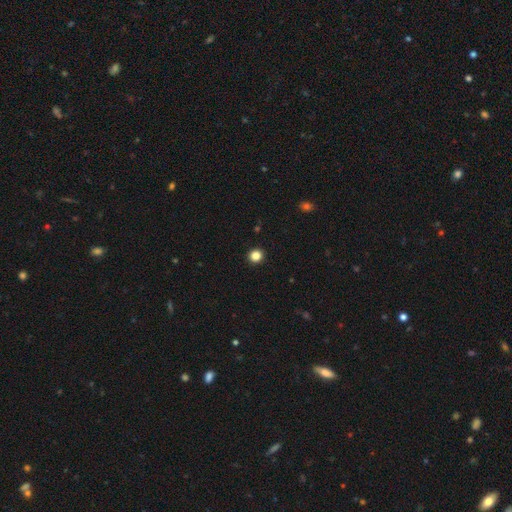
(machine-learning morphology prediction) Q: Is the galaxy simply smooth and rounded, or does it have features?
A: smooth — 85%.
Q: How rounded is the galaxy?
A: round — 92%.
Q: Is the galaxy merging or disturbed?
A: none — 94%.